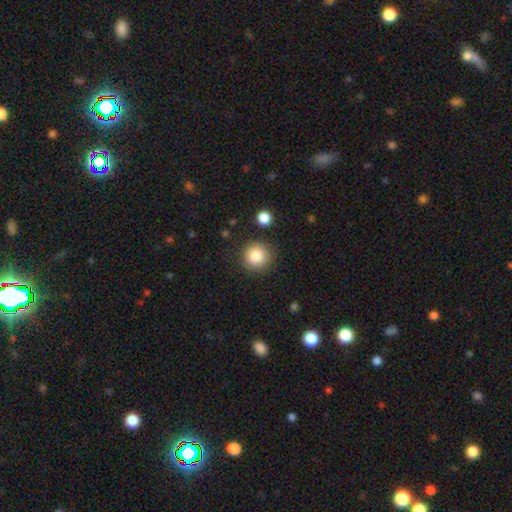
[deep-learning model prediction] A smooth galaxy with no disk features (84%) that is round (94%).

Vote fractions:
- Smooth or featured? smooth: 84% / star or artifact: 9% / featured or disk: 7%
- How rounded? round: 94% / in between: 5% / cigar-shaped: 1%
- Merging? none: 85% / minor disturbance: 9% / major disturbance: 3% / merger: 3%